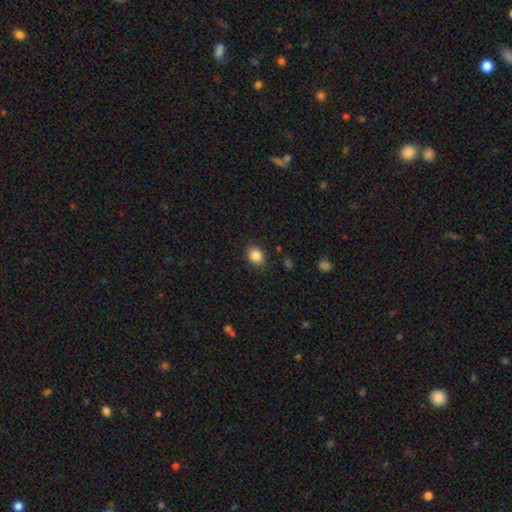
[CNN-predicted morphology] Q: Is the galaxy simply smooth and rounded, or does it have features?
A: smooth — 86%.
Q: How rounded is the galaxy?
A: in between — 57%.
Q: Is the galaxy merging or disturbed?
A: none — 84%.